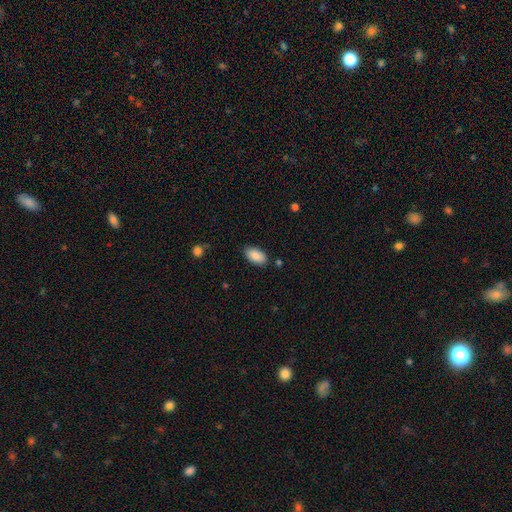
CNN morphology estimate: The model was most divided on "merging": none: 86%, minor disturbance: 10%, major disturbance: 2%, merger: 2%. More confident: how rounded — in between (95%); smooth or featured — smooth (88%).